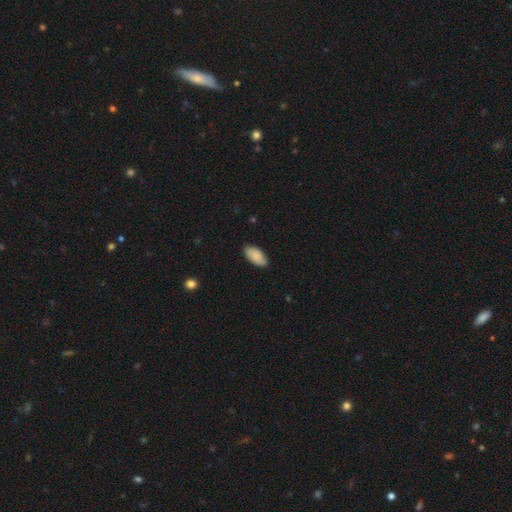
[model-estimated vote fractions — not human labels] This is clearly a smooth galaxy (86%). How rounded: clearly in between (93%). Merging: clearly none (84%).